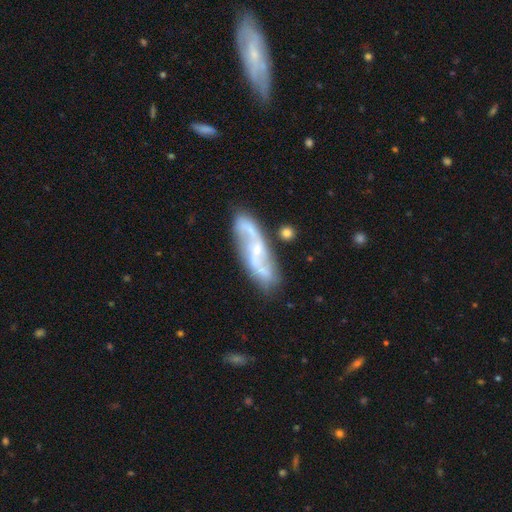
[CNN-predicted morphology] The model was most divided on "bar": no: 44%, weak: 40%, strong: 16%. More confident: spiral arms — yes (93%); edge-on disk — no (88%); spiral arm count — 2 (86%); smooth or featured — featured or disk (80%); merging — none (74%); bulge size — small (64%); spiral winding — loose (50%).